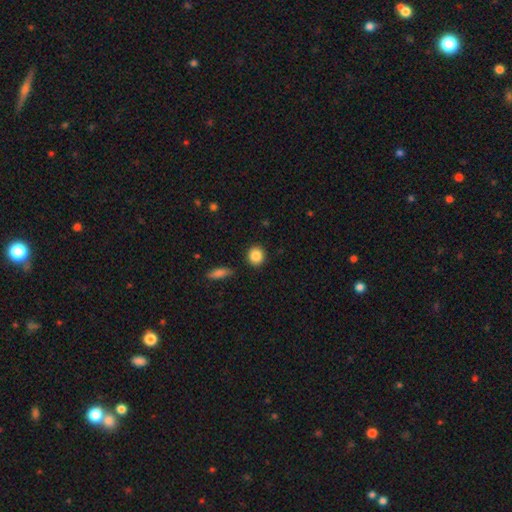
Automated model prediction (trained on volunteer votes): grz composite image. It shows a smooth galaxy with no disk features (88%) that is round (83%). Merging: none (89%).